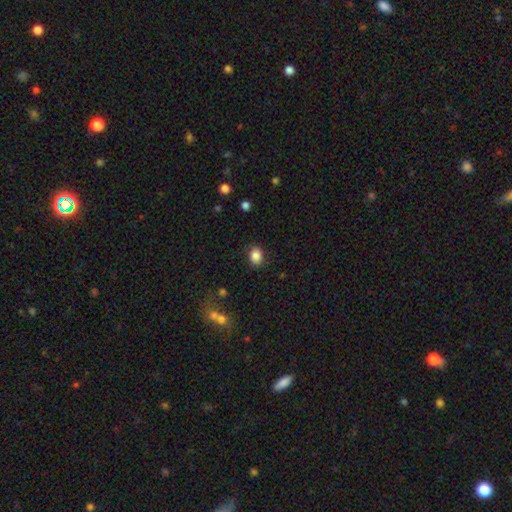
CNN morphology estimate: The model was most divided on "how rounded": in between: 50%, round: 49%, cigar-shaped: 1%. More confident: smooth or featured — smooth (86%); merging — none (84%).